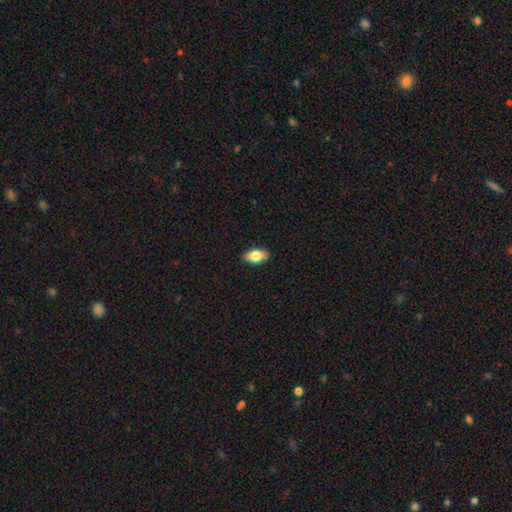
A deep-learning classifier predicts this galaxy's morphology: This appears to be a smooth galaxy with no disk features (81%) that is in between round and cigar-shaped (92%). Merging: none (90%).